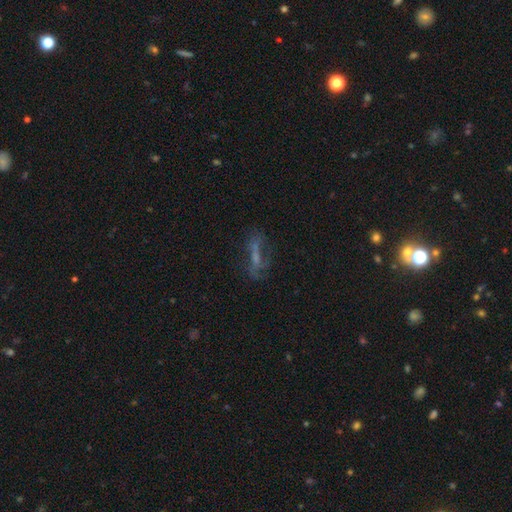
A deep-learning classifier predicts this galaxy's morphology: type=featured or disk (51%); edge-on=no (74%); merging=none (53%).